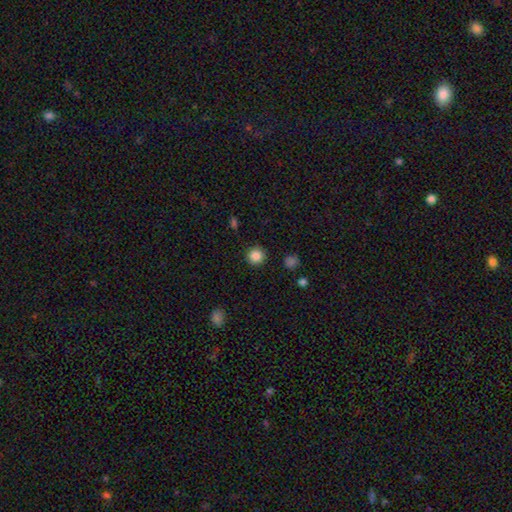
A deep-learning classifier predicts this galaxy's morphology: Q: Smooth or featured?
A: smooth (86%); runner-up: star or artifact (10%)
Q: How rounded?
A: round (95%); runner-up: in between (4%)
Q: Merging?
A: none (91%); runner-up: minor disturbance (5%)